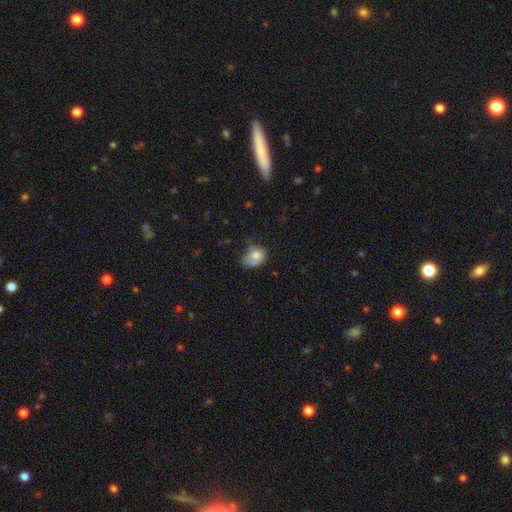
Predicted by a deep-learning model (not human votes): Morphology: type=smooth (69%); roundness=in between (56%); merging=minor disturbance (35%).